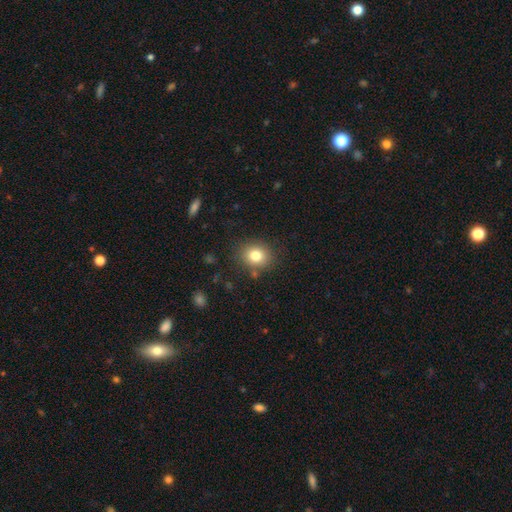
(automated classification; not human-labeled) Smooth or featured?
  - smooth: 79% *
  - star or artifact: 12%
  - featured or disk: 9%
How rounded?
  - round: 70% *
  - in between: 29%
  - cigar-shaped: 1%
Merging?
  - none: 84% *
  - minor disturbance: 10%
  - major disturbance: 3%
  - merger: 3%